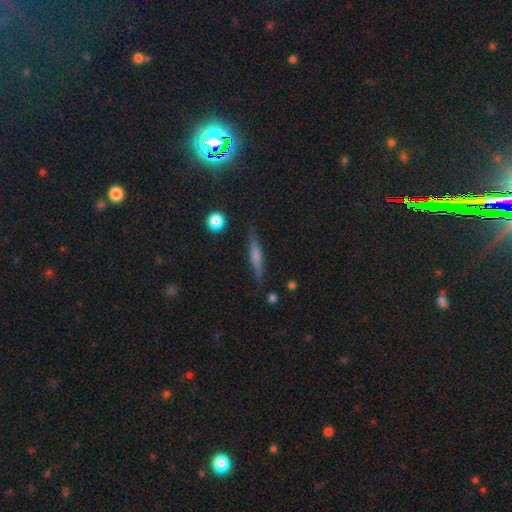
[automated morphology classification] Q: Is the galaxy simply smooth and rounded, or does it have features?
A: featured or disk — 53%.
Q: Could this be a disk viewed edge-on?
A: yes — 96%.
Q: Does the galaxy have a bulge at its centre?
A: rounded — 48%.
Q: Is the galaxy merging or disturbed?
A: none — 86%.